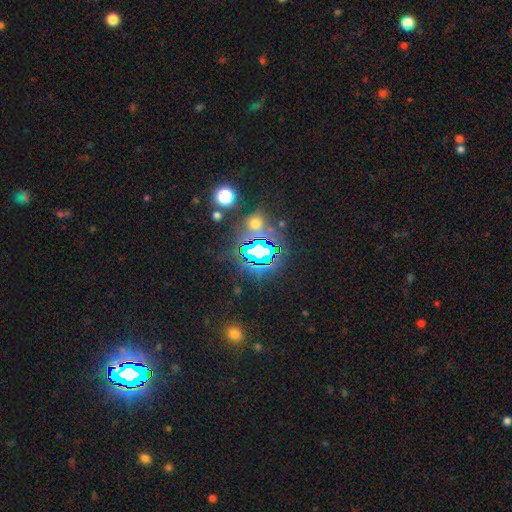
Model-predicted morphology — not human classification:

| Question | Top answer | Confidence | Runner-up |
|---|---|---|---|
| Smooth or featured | star or artifact | 73% | smooth (17%) |